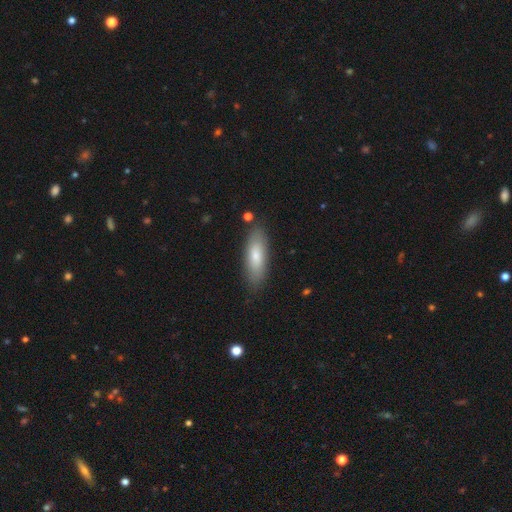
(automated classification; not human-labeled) Q: Smooth or featured?
A: smooth (72%); runner-up: featured or disk (21%)
Q: How rounded?
A: in between (54%); runner-up: cigar-shaped (44%)
Q: Merging?
A: none (84%); runner-up: minor disturbance (11%)